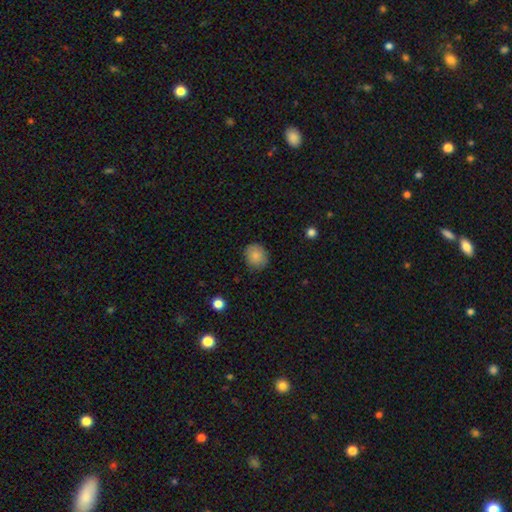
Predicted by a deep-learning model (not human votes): Q: Smooth or featured?
A: smooth (85%); runner-up: star or artifact (8%)
Q: How rounded?
A: round (76%); runner-up: in between (23%)
Q: Merging?
A: none (86%); runner-up: minor disturbance (11%)